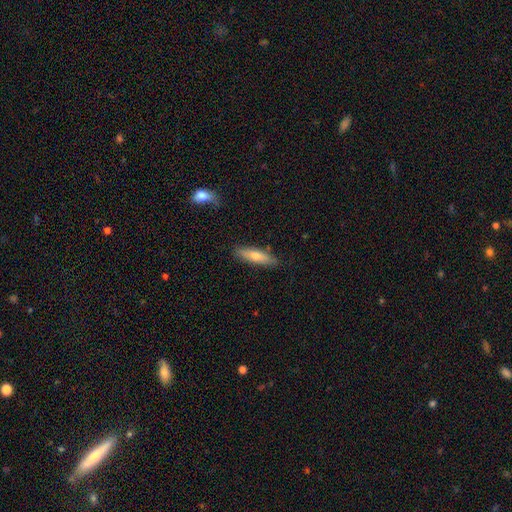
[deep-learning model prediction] The model was most divided on "smooth or featured": smooth: 62%, featured or disk: 32%, star or artifact: 6%. More confident: merging — none (84%); how rounded — cigar-shaped (72%).